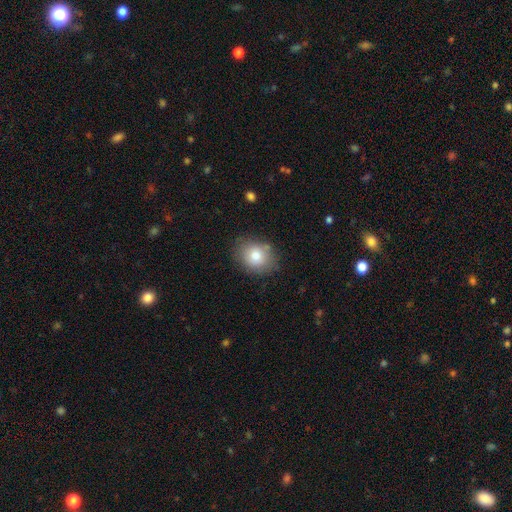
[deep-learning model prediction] Overall: smooth (80%). How rounded: round (53%; in between 46%). Merging: none (79%).